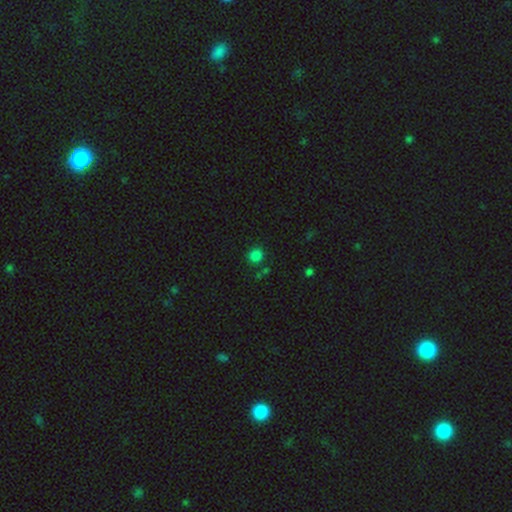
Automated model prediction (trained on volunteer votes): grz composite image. It shows a smooth galaxy with no disk features (82%) that is round (88%). Merging: none (83%).